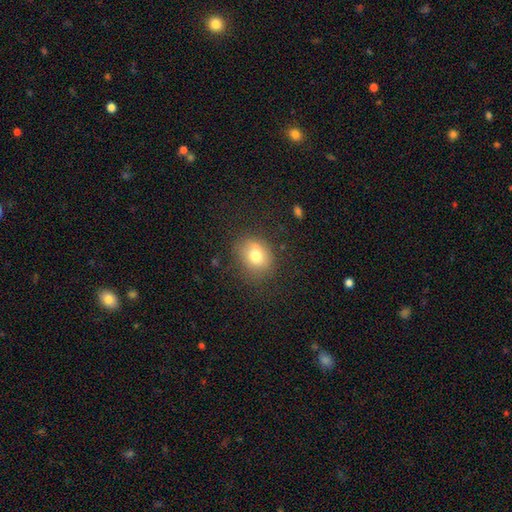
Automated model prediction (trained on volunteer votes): smooth 74%, featured or disk 15%, star or artifact 11%. Down the decision tree: how rounded — round (58%); merging — none (72%).